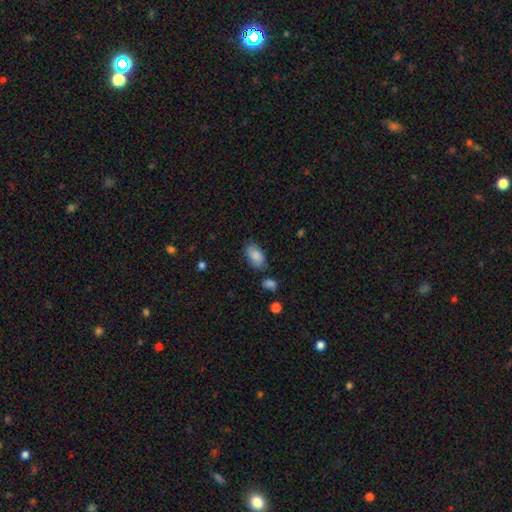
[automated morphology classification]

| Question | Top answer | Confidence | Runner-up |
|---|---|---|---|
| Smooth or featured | smooth | 83% | featured or disk (10%) |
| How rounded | in between | 93% | round (4%) |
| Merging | none | 71% | minor disturbance (19%) |